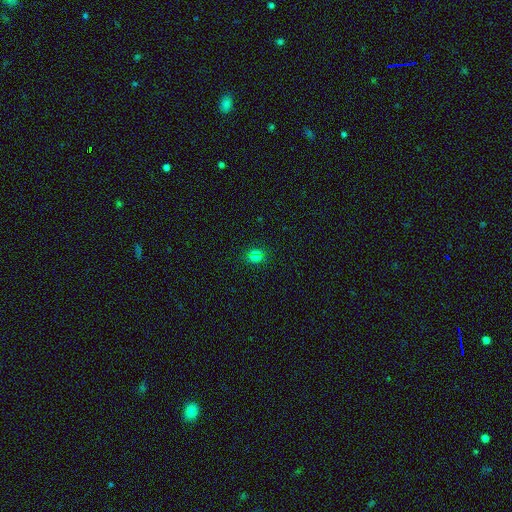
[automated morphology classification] The model was most divided on "how rounded": round: 64%, in between: 34%, cigar-shaped: 2%. More confident: merging — none (83%); smooth or featured — smooth (67%).